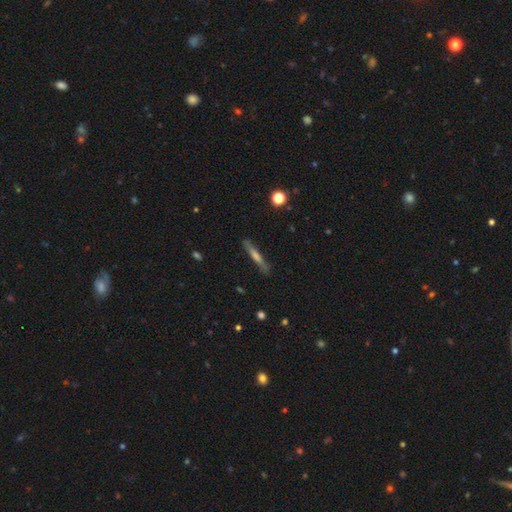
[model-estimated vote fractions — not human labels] smooth-or-featured: featured or disk: 54% | smooth: 38% | star or artifact: 8%
  disk-edge-on: yes: 94% | no: 6%
    edge-on-bulge: rounded: 51% | none: 35% | boxy: 14%
  merging: none: 86% | minor disturbance: 10% | major disturbance: 2% | merger: 1%